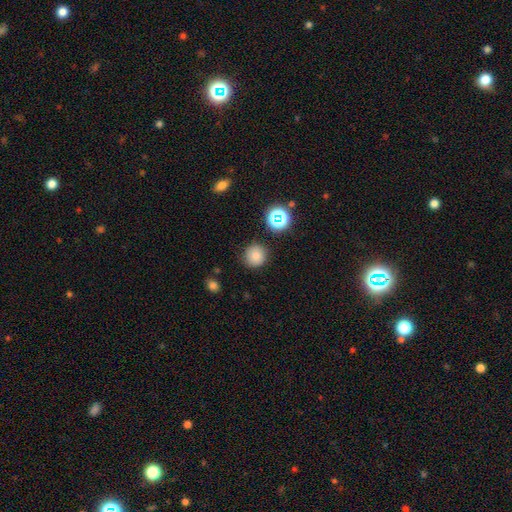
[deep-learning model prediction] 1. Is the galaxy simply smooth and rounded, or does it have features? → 76% smooth, 16% star or artifact, 8% featured or disk.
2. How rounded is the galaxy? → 92% round, 7% in between, 1% cigar-shaped.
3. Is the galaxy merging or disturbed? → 85% none, 9% minor disturbance, 3% major disturbance, 3% merger.